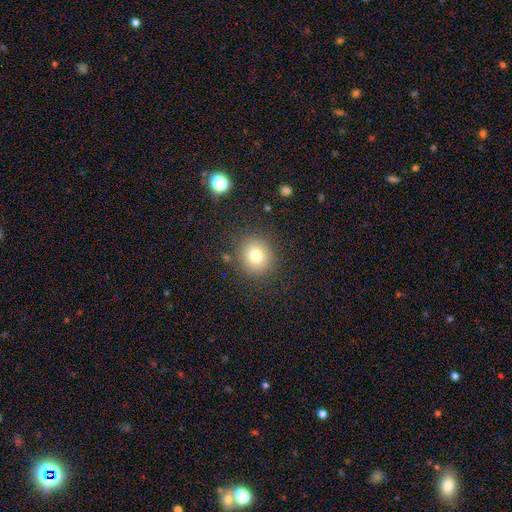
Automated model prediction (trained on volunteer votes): This is likely a smooth galaxy (77%). How rounded: clearly round (83%). Merging: clearly none (85%).